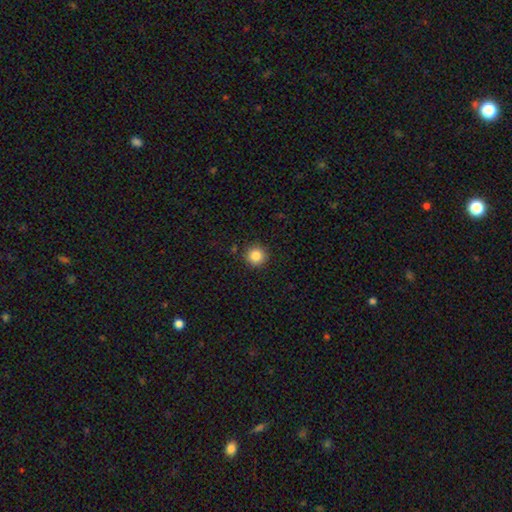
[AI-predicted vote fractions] smooth-or-featured: smooth: 84% | star or artifact: 11% | featured or disk: 5%
  how-rounded: round: 95% | in between: 4% | cigar-shaped: 1%
  merging: none: 91% | minor disturbance: 6% | major disturbance: 2% | merger: 1%